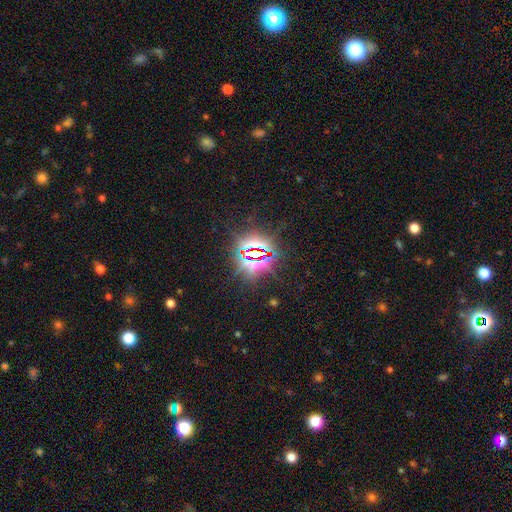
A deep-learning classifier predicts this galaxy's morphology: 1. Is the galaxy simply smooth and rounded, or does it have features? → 83% star or artifact, 9% smooth, 8% featured or disk.